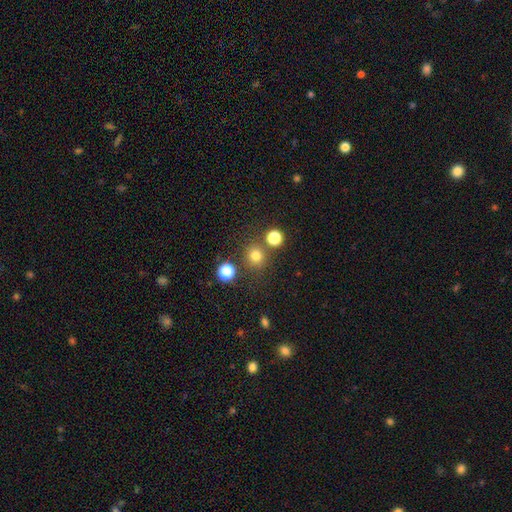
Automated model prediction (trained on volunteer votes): smooth-or-featured: smooth: 76% | star or artifact: 17% | featured or disk: 6%
  how-rounded: round: 90% | in between: 9% | cigar-shaped: 1%
  merging: none: 78% | merger: 10% | minor disturbance: 8% | major disturbance: 4%